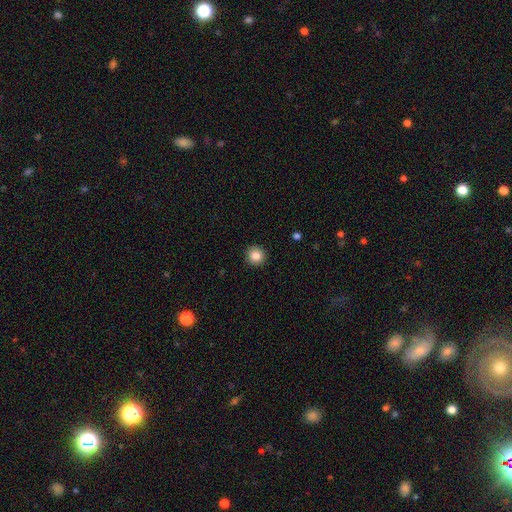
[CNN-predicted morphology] Overall: smooth (85%). How rounded: round (94%). Merging: none (93%).